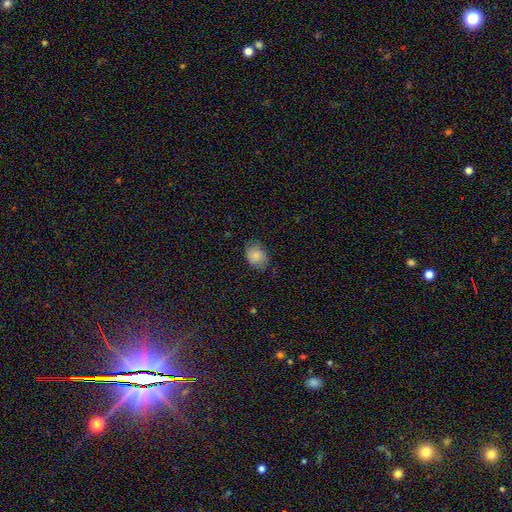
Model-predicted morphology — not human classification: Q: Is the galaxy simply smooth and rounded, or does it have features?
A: smooth — 82%.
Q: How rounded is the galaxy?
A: in between — 56%.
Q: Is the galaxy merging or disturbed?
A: none — 73%.